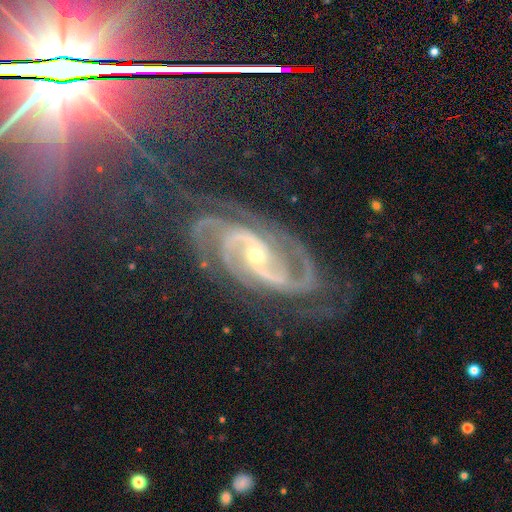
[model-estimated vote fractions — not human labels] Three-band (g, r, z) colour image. It shows a featured or disk galaxy (88%) with a strong bar (34%, tied with weak), 2 (61%) medium (47%) spiral arms (99%) and a small central bulge (66%). Merging: none (72%).